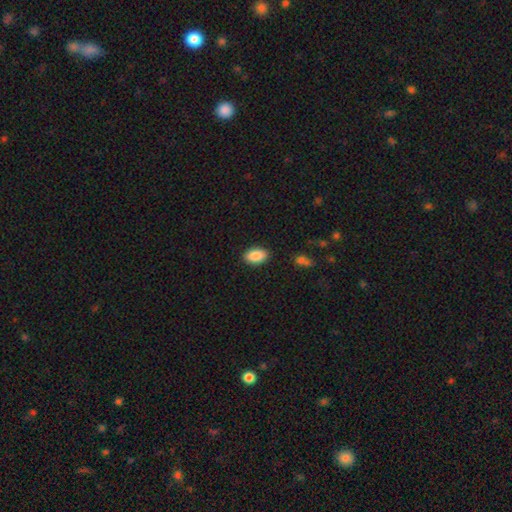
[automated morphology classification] A smooth galaxy with no disk features (89%) that is in between round and cigar-shaped (93%).

Vote fractions:
- Smooth or featured? smooth: 89% / star or artifact: 7% / featured or disk: 4%
- How rounded? in between: 93% / round: 5% / cigar-shaped: 2%
- Merging? none: 89% / minor disturbance: 8% / major disturbance: 2% / merger: 1%